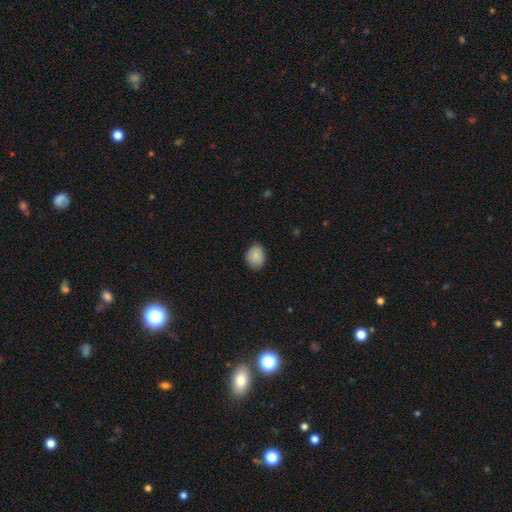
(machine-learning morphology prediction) Smooth or featured? smooth (87%)
How rounded? in between (58%)
Merging? none (78%)